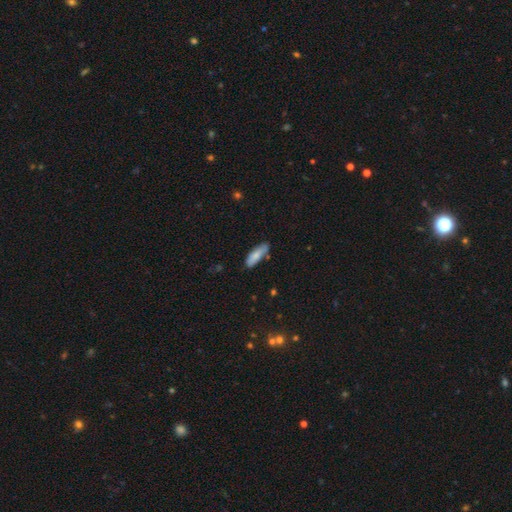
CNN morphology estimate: smooth 80%, featured or disk 14%, star or artifact 6%. Down the decision tree: how rounded — in between (50%); merging — none (71%).